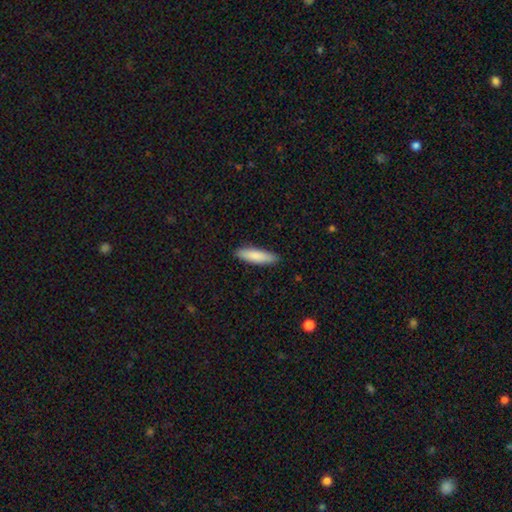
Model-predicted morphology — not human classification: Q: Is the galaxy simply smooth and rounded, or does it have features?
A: smooth — 86%.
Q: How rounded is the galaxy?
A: cigar-shaped — 64%.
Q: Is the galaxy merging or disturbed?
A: none — 89%.